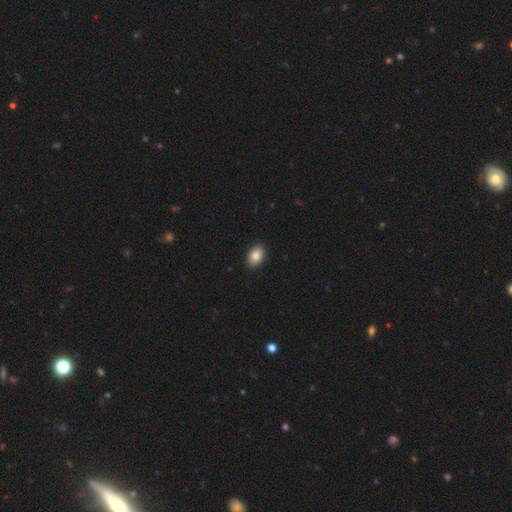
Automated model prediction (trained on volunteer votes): This appears to be a smooth galaxy with no disk features (85%) that is in between round and cigar-shaped (87%). Merging: none (91%).